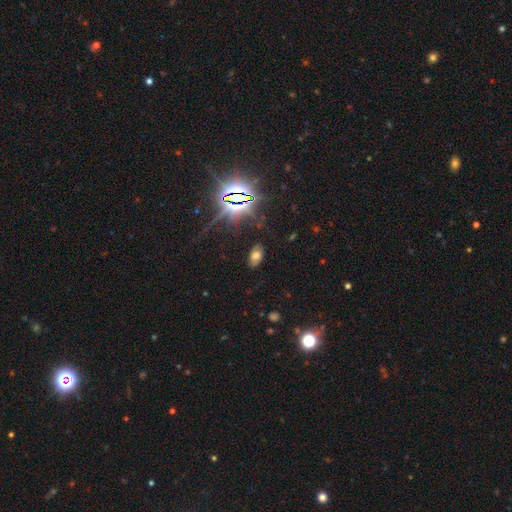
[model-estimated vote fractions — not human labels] Smooth or featured? Predicted: smooth (p=0.55). How rounded? Predicted: in between (p=0.93). Merging? Predicted: none (p=0.83).